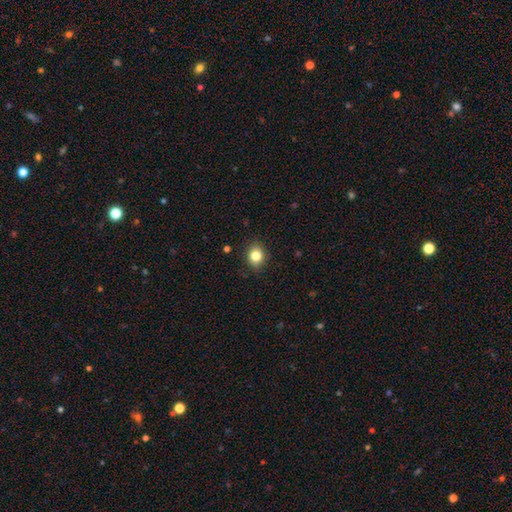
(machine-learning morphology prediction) Q: Smooth or featured?
A: smooth (83%); runner-up: star or artifact (10%)
Q: How rounded?
A: round (57%); runner-up: in between (42%)
Q: Merging?
A: none (86%); runner-up: minor disturbance (10%)